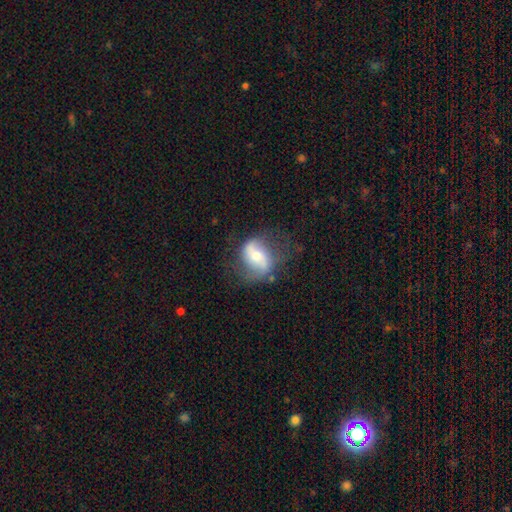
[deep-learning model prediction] A featured or disk galaxy (68%) with a weak bar (36%), 2 (83%) loose (53%) spiral arms (83%) and a moderate central bulge (53%). Merging: none (62%).